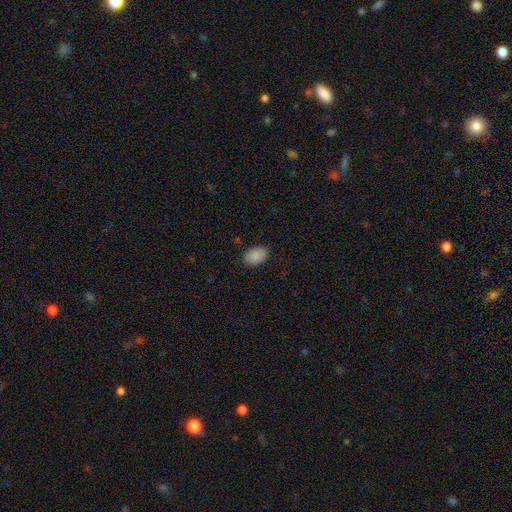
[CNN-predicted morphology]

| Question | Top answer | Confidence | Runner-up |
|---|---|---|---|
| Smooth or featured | smooth | 89% | star or artifact (7%) |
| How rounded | in between | 91% | round (8%) |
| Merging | none | 86% | minor disturbance (10%) |